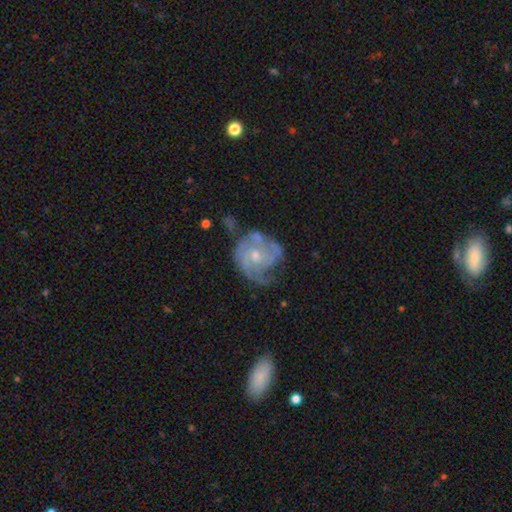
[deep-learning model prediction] Morphology: type=featured or disk (82%); edge-on=no (98%); bar=no (76%); spiral arms=yes (91%); winding=tight (51%); arm count=can't tell (28%, tied with 3); bulge=small (56%); merging=none (50%).